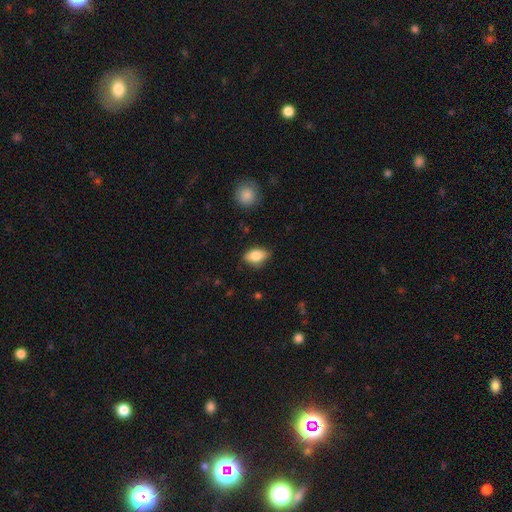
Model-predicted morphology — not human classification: This is clearly a smooth galaxy (81%). How rounded: clearly in between (88%). Merging: likely none (77%).